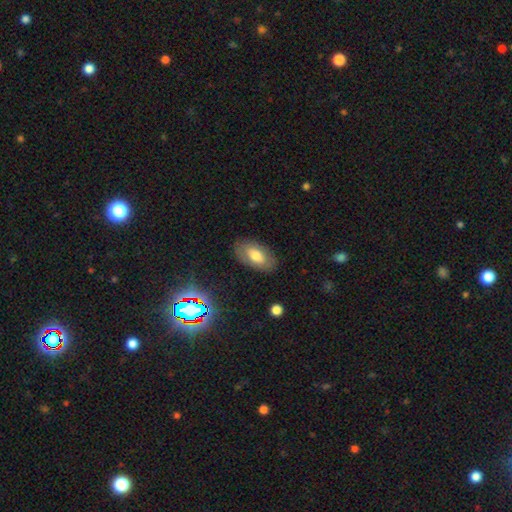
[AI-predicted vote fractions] Smooth or featured: smooth — 67% (featured or disk — 25%)
How rounded: in between — 93% (round — 4%)
Merging: none — 83% (minor disturbance — 12%)